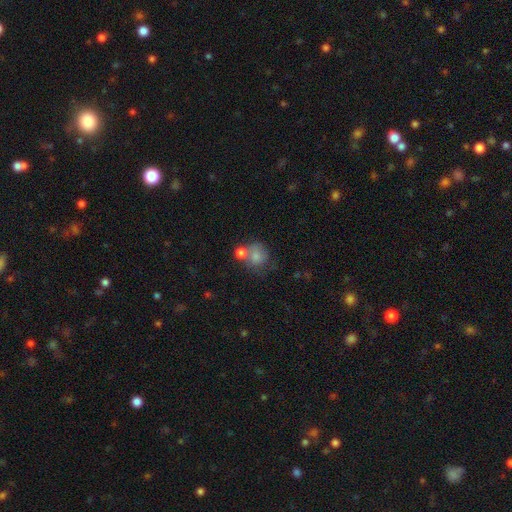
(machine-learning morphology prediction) This appears to be a smooth galaxy with no disk features (76%) that is round (77%). Merging: none (40%).